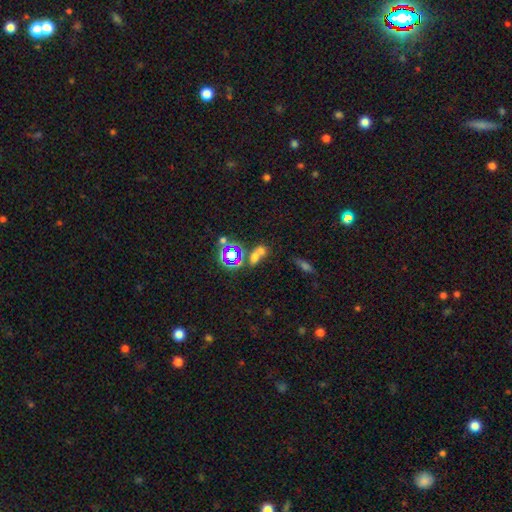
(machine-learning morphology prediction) Smooth or featured? Predicted: smooth (p=0.46). Merging? Predicted: merger (p=0.50).